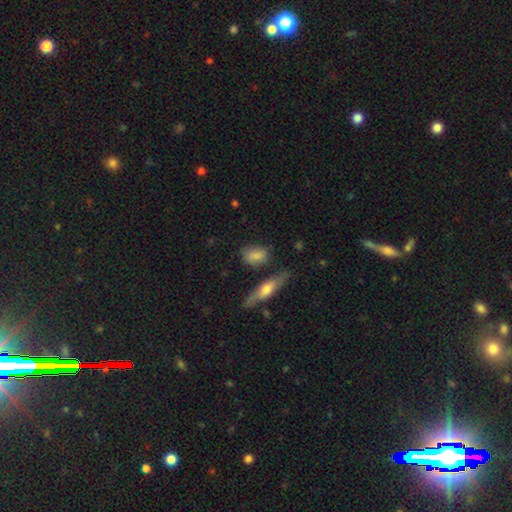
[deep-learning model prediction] Smooth or featured? smooth (79%)
How rounded? in between (75%)
Merging? none (67%)